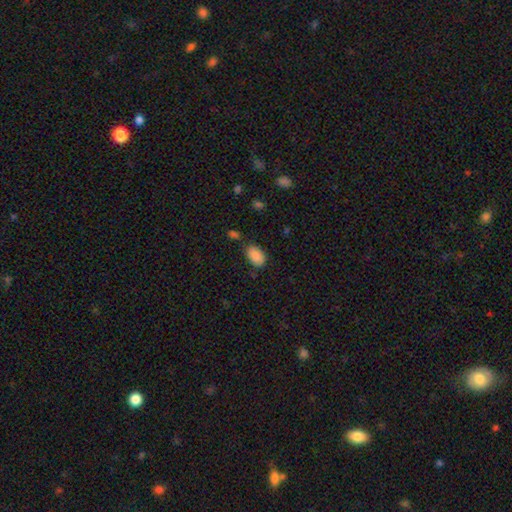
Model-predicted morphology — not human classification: A smooth galaxy with no disk features (88%) that is in between round and cigar-shaped (92%).

Vote fractions:
- Smooth or featured? smooth: 88% / star or artifact: 7% / featured or disk: 4%
- How rounded? in between: 92% / round: 6% / cigar-shaped: 1%
- Merging? none: 74% / minor disturbance: 18% / merger: 4% / major disturbance: 4%